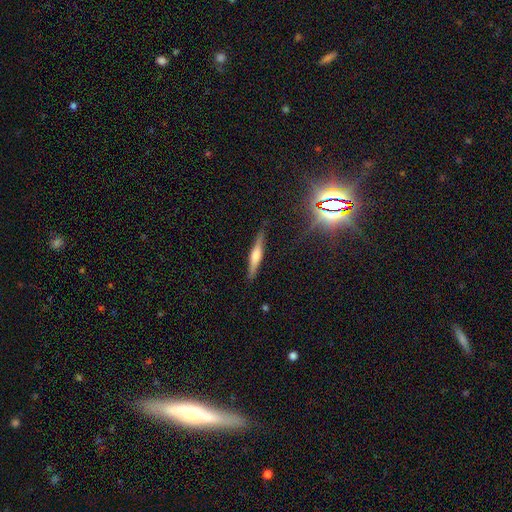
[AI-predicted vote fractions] featured or disk 56%, smooth 37%, star or artifact 8%. Down the decision tree: edge-on disk — yes (96%); edge-on bulge — rounded (79%); merging — none (87%).